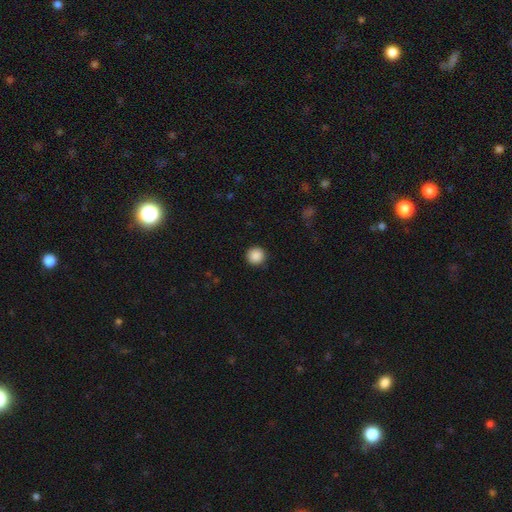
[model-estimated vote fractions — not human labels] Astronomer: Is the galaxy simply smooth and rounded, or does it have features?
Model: smooth — 89%.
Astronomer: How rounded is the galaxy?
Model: round — 95%.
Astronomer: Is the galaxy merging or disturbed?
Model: none — 92%.